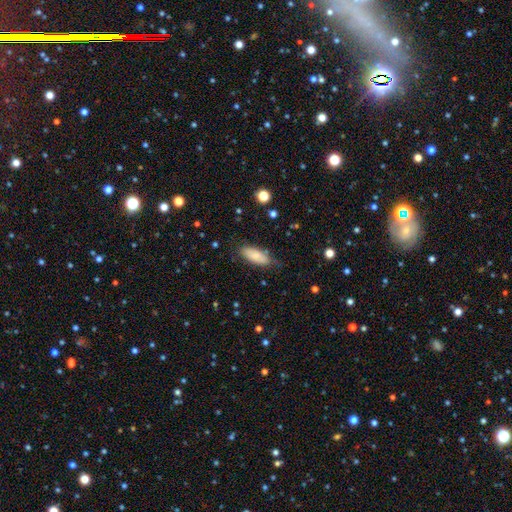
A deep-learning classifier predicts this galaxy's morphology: Smooth or featured? smooth (79%)
How rounded? in between (81%)
Merging? none (71%)